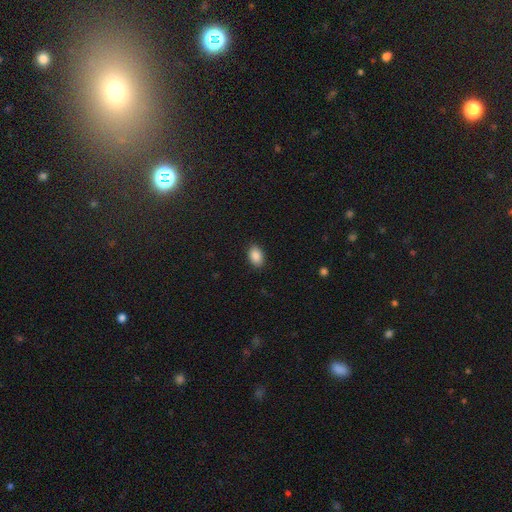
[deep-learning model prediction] Smooth or featured? Predicted: smooth (p=0.89). How rounded? Predicted: in between (p=0.87). Merging? Predicted: none (p=0.88).